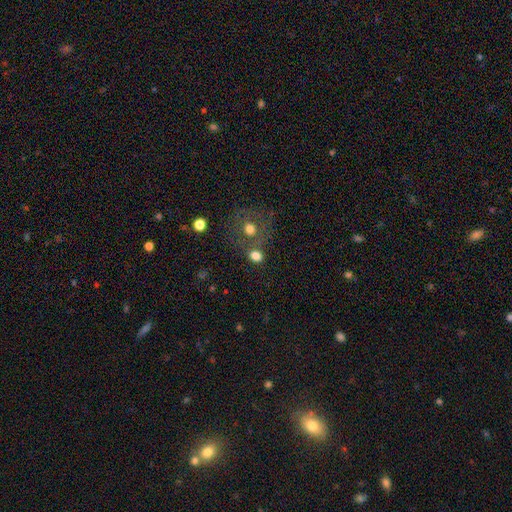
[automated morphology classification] smooth_or_featured: smooth (p=0.76) [alt: star or artifact p=0.14]
how_rounded: round (p=0.68) [alt: in between p=0.31]
merging: none (p=0.64) [alt: merger p=0.19]